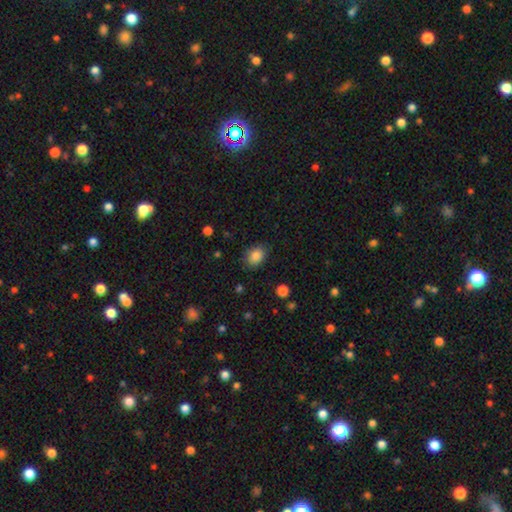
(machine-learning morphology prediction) This is clearly a smooth galaxy (87%). How rounded: likely in between (70%). Merging: clearly none (84%).